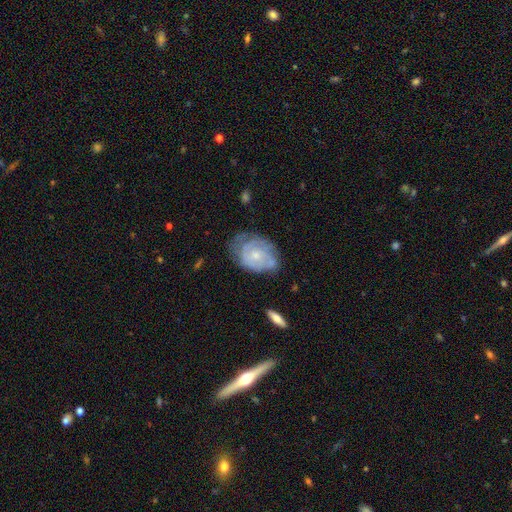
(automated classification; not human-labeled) A featured or disk galaxy (67%) with no bar (79%), tight (60%) spiral arms (78%) and a small central bulge (56%).

Vote fractions:
- Smooth or featured? featured or disk: 67% / smooth: 26% / star or artifact: 7%
- Edge-on disk? no: 97% / yes: 3%
- Bar? no: 79% / weak: 19% / strong: 2%
- Spiral arms? yes: 78% / no: 22%
- Spiral winding? tight: 60% / medium: 29% / loose: 11%
- Spiral arm count? can't tell: 48% / 2: 27% / 3: 12% / 1: 6% / 4: 4% / more than 4: 3%
- Bulge size? small: 56% / moderate: 38% / none: 4% / large: 2% / dominant: 1%
- Merging? none: 52% / minor disturbance: 30% / major disturbance: 14% / merger: 4%